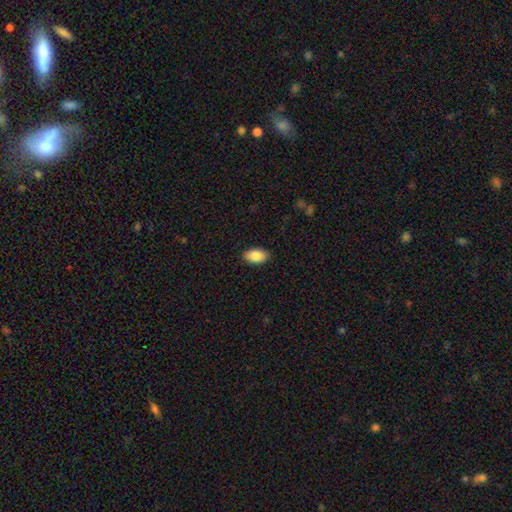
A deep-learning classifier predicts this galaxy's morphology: A smooth galaxy with no disk features (88%) that is in between round and cigar-shaped (94%).

Vote fractions:
- Smooth or featured? smooth: 88% / star or artifact: 7% / featured or disk: 5%
- How rounded? in between: 94% / round: 5% / cigar-shaped: 1%
- Merging? none: 89% / minor disturbance: 8% / major disturbance: 2% / merger: 1%